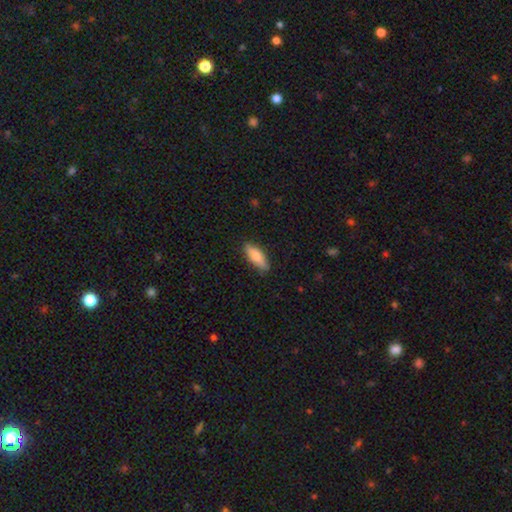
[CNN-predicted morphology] This is likely a smooth galaxy (71%). How rounded: possibly in between (53%). Merging: clearly none (85%).